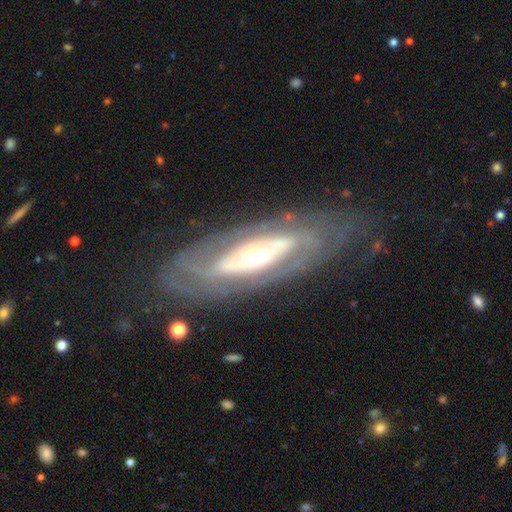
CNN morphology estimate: Overall: featured or disk (83%). Edge-on disk: no (84%). Bar: no (64%). Spiral arms: yes (66%; no 34%). Bulge size: moderate (64%). Merging: none (74%).